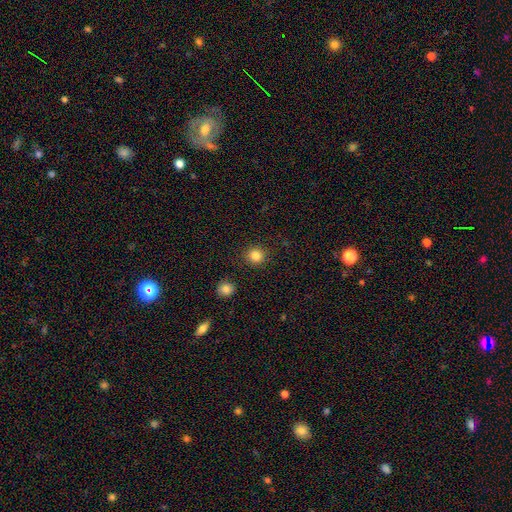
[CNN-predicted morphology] The model was most divided on "smooth or featured": smooth: 84%, star or artifact: 11%, featured or disk: 4%. More confident: how rounded — round (90%); merging — none (89%).